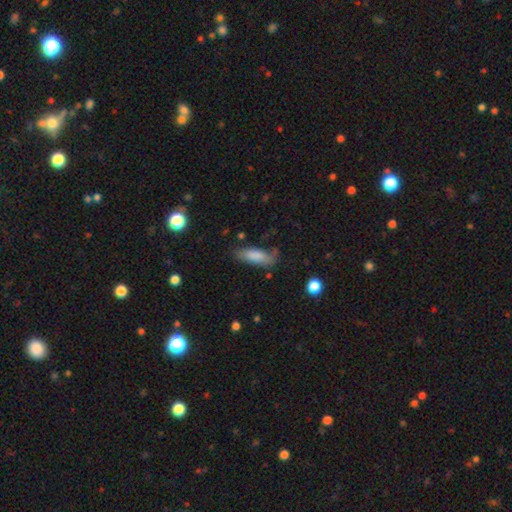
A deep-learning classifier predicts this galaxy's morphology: smooth 80%, featured or disk 13%, star or artifact 7%. Down the decision tree: how rounded — in between (61%); merging — none (65%).